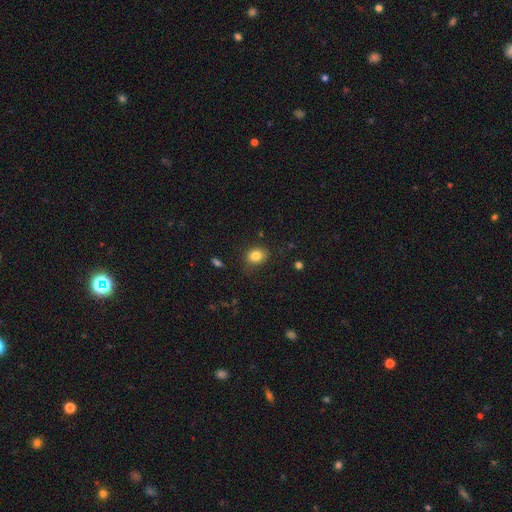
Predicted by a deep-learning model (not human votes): smooth_or_featured: smooth (p=0.84) [alt: star or artifact p=0.10]
how_rounded: in between (p=0.54) [alt: round p=0.45]
merging: none (p=0.79) [alt: minor disturbance p=0.16]